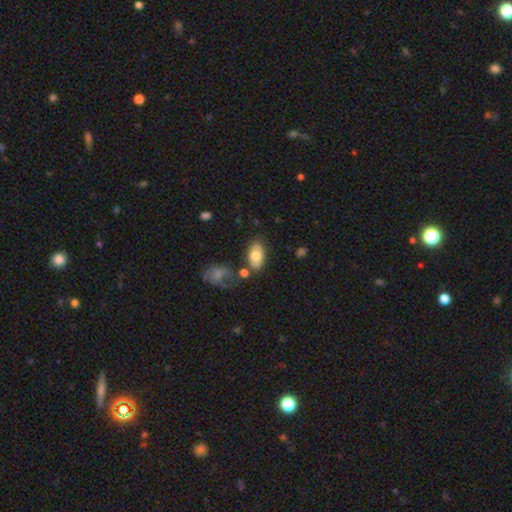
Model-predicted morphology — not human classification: A smooth galaxy with no disk features (70%) that is in between round and cigar-shaped (92%).

Vote fractions:
- Smooth or featured? smooth: 70% / featured or disk: 23% / star or artifact: 7%
- How rounded? in between: 92% / round: 6% / cigar-shaped: 2%
- Merging? none: 65% / minor disturbance: 18% / merger: 12% / major disturbance: 6%